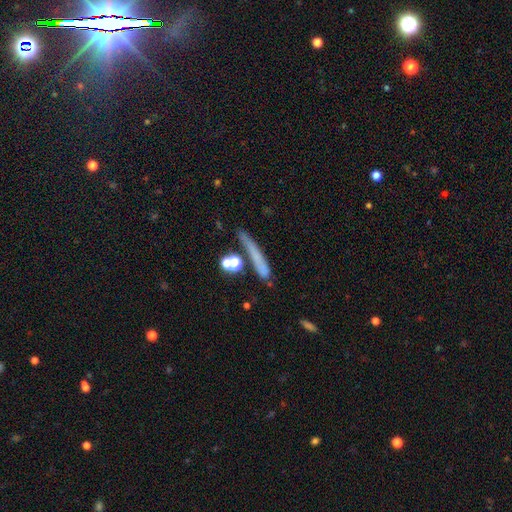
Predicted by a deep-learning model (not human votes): The model was most divided on "smooth or featured": smooth: 60%, featured or disk: 26%, star or artifact: 14%. More confident: how rounded — cigar-shaped (81%); merging — none (66%).